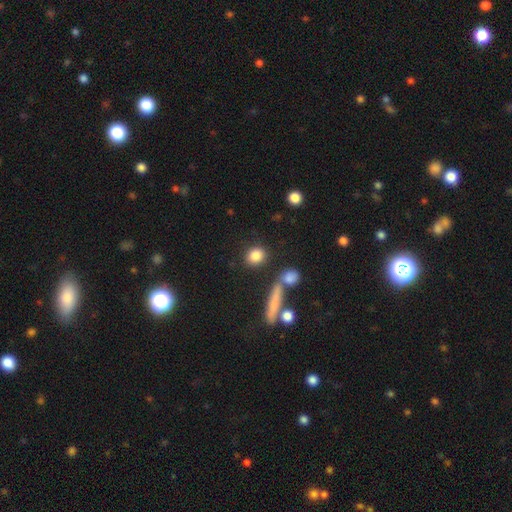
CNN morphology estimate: Smooth or featured? smooth (84%)
How rounded? round (65%)
Merging? none (81%)